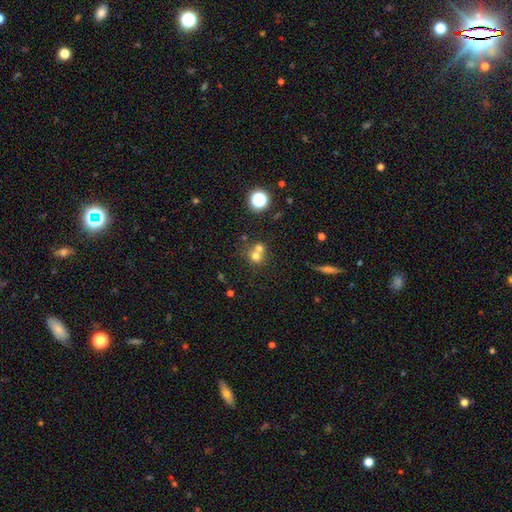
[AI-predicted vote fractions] This is likely a smooth galaxy (67%). How rounded: clearly round (85%). Merging: possibly merger (51%).